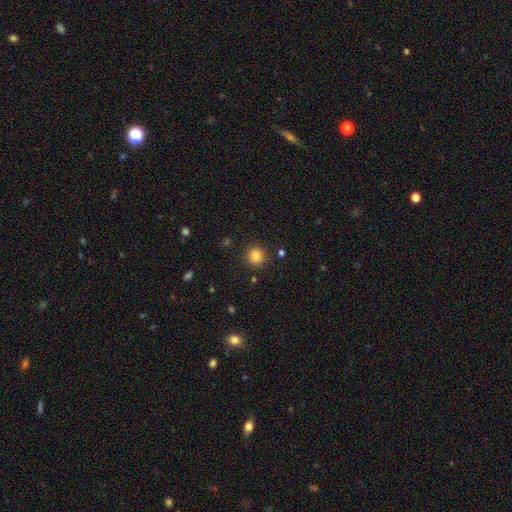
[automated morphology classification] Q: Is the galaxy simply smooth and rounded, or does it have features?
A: smooth — 84%.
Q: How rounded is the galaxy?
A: round — 91%.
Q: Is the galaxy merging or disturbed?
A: none — 89%.